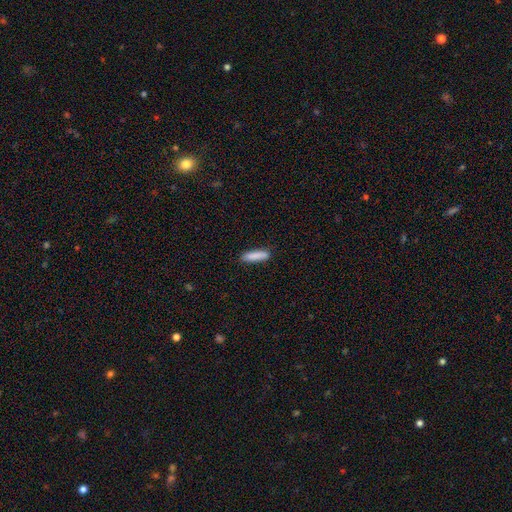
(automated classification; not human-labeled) Q: Smooth or featured?
A: smooth (87%); runner-up: featured or disk (6%)
Q: How rounded?
A: cigar-shaped (75%); runner-up: in between (24%)
Q: Merging?
A: none (86%); runner-up: minor disturbance (10%)